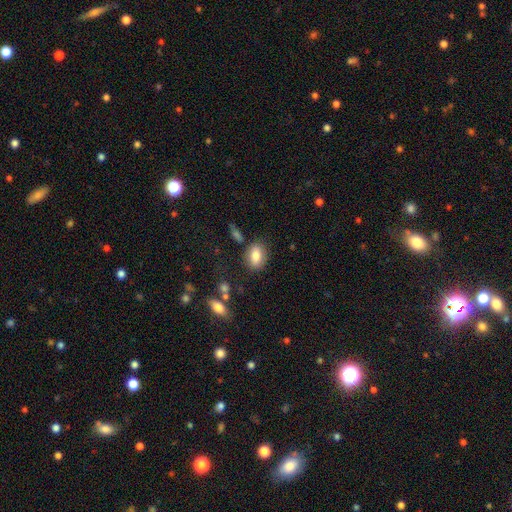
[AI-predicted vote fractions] smooth-or-featured: smooth: 80% | featured or disk: 11% | star or artifact: 8%
  how-rounded: in between: 76% | round: 21% | cigar-shaped: 2%
  merging: none: 80% | minor disturbance: 12% | merger: 4% | major disturbance: 4%